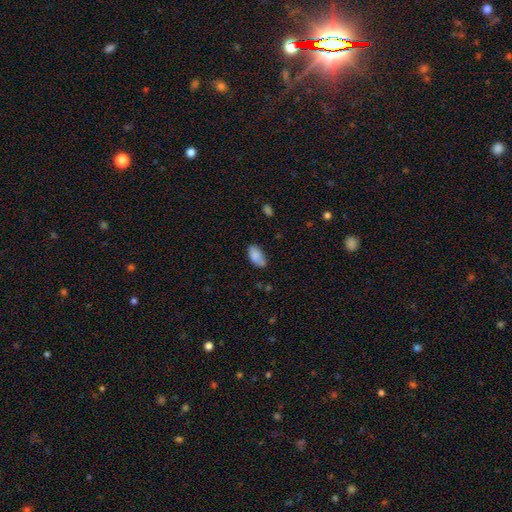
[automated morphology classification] Smooth or featured: smooth — 86% (star or artifact — 7%)
How rounded: in between — 93% (cigar-shaped — 4%)
Merging: none — 71% (minor disturbance — 22%)